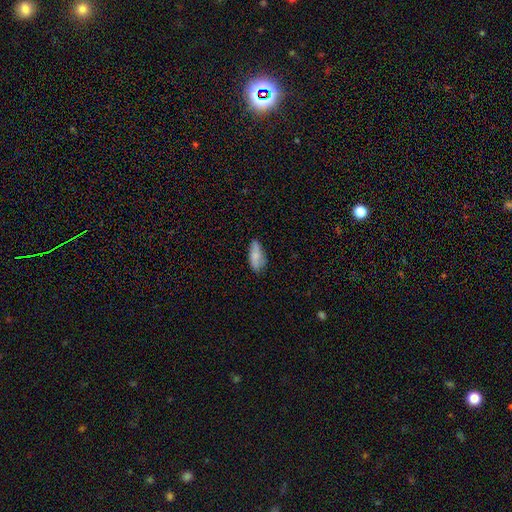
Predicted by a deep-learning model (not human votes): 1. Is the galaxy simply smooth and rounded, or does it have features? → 76% smooth, 17% featured or disk, 7% star or artifact.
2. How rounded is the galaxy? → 81% in between, 16% cigar-shaped, 3% round.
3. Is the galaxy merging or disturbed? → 71% none, 23% minor disturbance, 5% major disturbance, 2% merger.